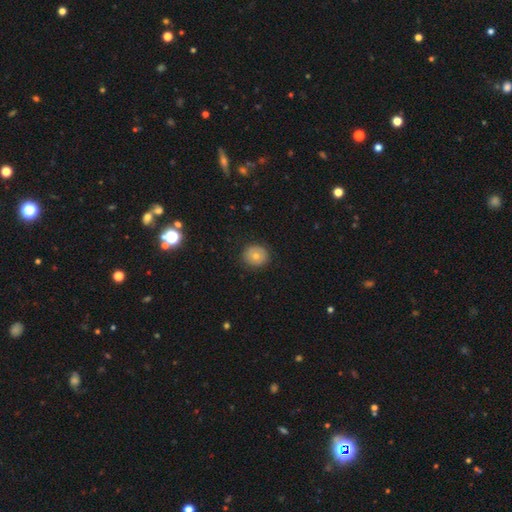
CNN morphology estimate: This appears to be a smooth galaxy with no disk features (68%) that is round (84%). Merging: none (87%).